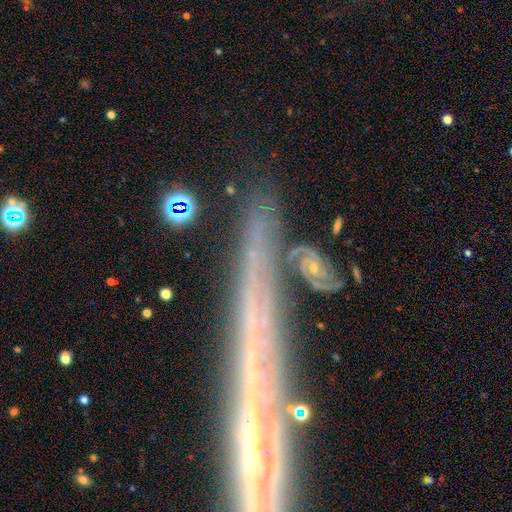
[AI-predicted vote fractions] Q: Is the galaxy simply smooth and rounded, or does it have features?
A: featured or disk — 52%.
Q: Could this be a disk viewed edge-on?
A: yes — 72%.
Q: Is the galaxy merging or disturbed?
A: none — 73%.